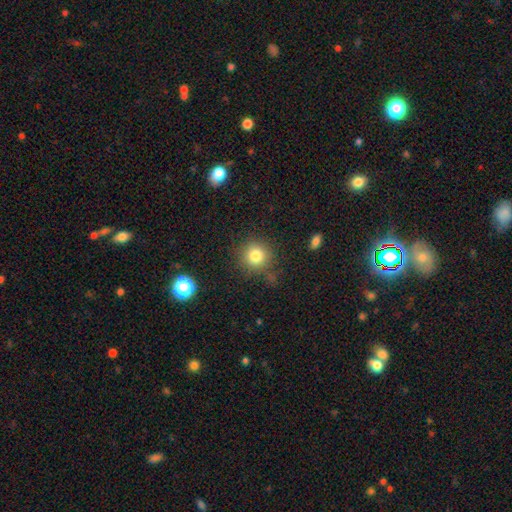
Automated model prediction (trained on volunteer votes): smooth-or-featured: smooth: 80% | star or artifact: 12% | featured or disk: 7%
  how-rounded: round: 91% | in between: 7% | cigar-shaped: 1%
  merging: none: 81% | minor disturbance: 11% | major disturbance: 4% | merger: 3%